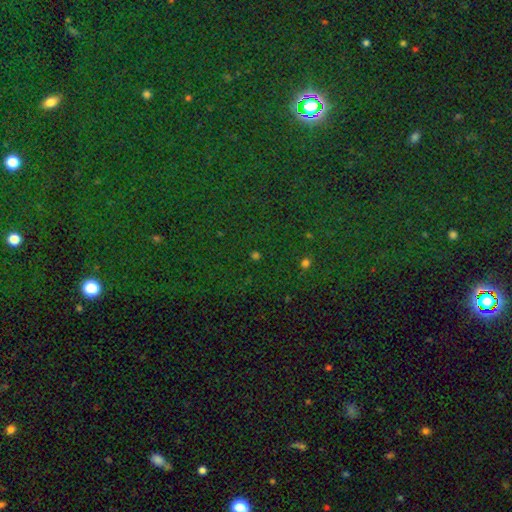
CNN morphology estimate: Smooth or featured? star or artifact (64%)